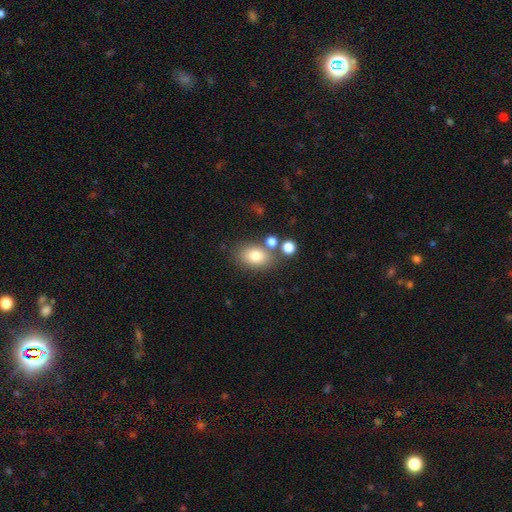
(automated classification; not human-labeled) smooth-or-featured: smooth: 79% | featured or disk: 11% | star or artifact: 10%
  how-rounded: in between: 79% | round: 20% | cigar-shaped: 1%
  merging: none: 69% | minor disturbance: 13% | merger: 13% | major disturbance: 5%